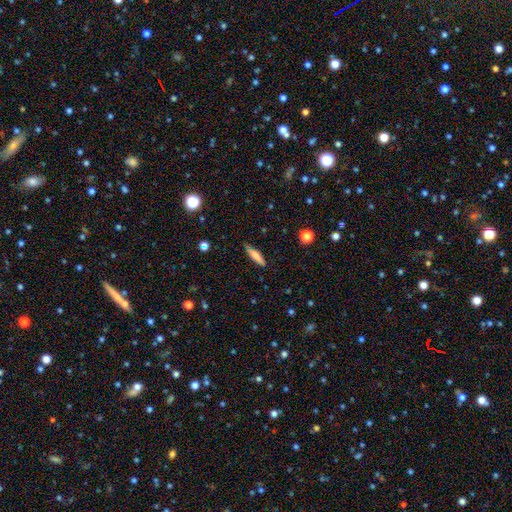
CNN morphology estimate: A smooth galaxy with no disk features (73%) that is cigar-shaped (78%).

Vote fractions:
- Smooth or featured? smooth: 73% / featured or disk: 20% / star or artifact: 7%
- How rounded? cigar-shaped: 78% / in between: 20% / round: 2%
- Merging? none: 83% / minor disturbance: 13% / major disturbance: 2% / merger: 1%